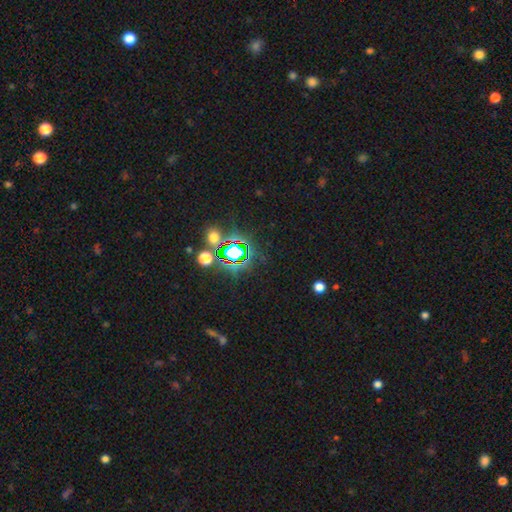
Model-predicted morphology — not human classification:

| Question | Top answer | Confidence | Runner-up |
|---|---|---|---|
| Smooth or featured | star or artifact | 79% | smooth (13%) |